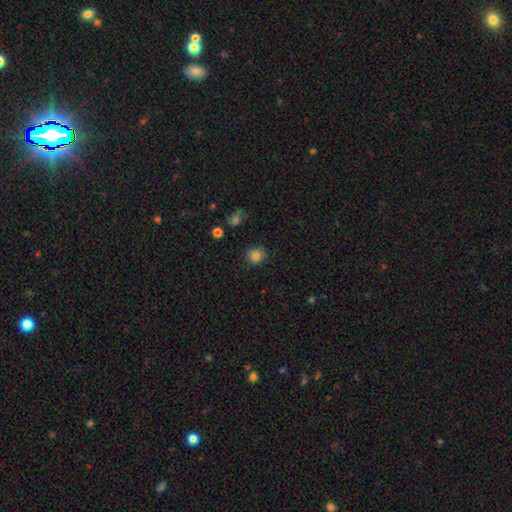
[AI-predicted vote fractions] A smooth galaxy with no disk features (81%) that is round (82%). Merging: none (80%).